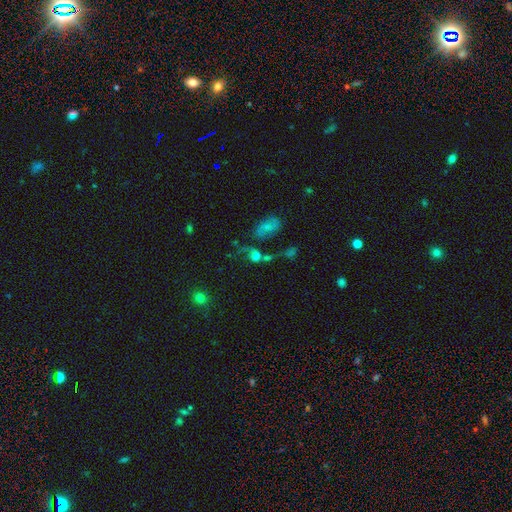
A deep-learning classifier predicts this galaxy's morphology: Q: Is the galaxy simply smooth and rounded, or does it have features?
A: smooth — 51%.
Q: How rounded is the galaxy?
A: round — 49%.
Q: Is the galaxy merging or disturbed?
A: merger — 35%.